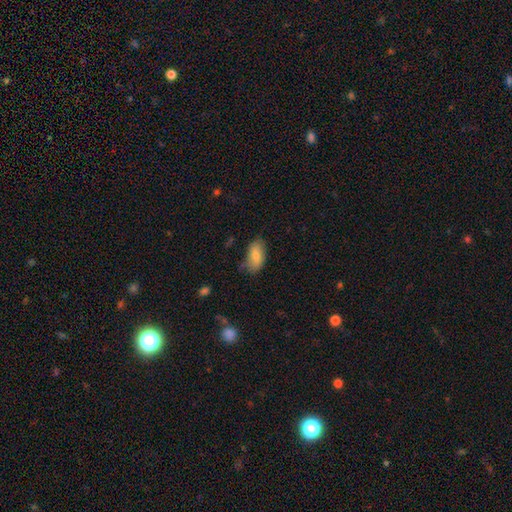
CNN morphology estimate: smooth 78%, featured or disk 15%, star or artifact 7%. Down the decision tree: how rounded — in between (93%); merging — none (64%).